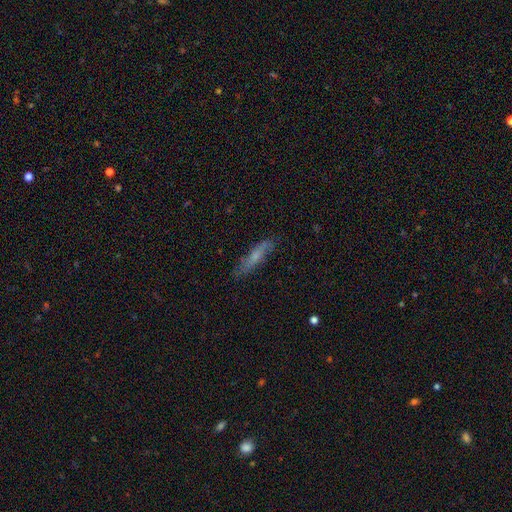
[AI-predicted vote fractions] A smooth galaxy with no disk features (49%).

Vote fractions:
- Smooth or featured? smooth: 49% / featured or disk: 43% / star or artifact: 8%
- Merging? none: 78% / minor disturbance: 17% / major disturbance: 4% / merger: 2%